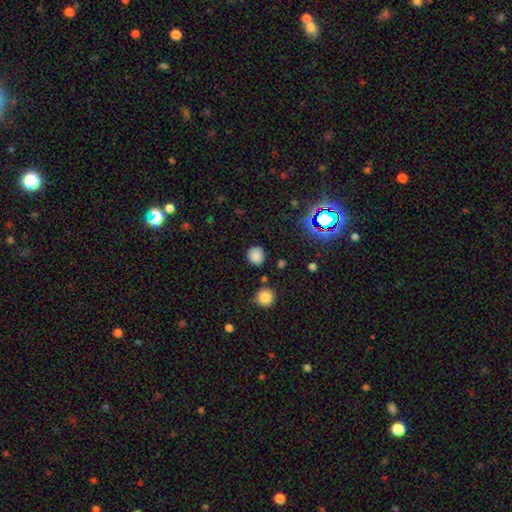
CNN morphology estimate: smooth-or-featured: smooth: 80% | star or artifact: 16% | featured or disk: 4%
  how-rounded: round: 86% | in between: 13% | cigar-shaped: 1%
  merging: none: 83% | minor disturbance: 10% | merger: 3% | major disturbance: 3%